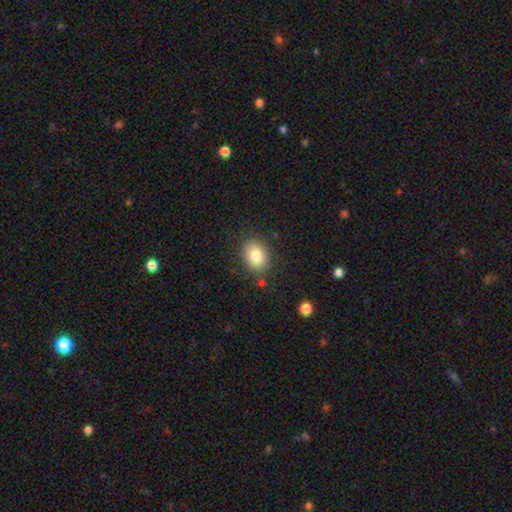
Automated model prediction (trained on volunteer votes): This is clearly a smooth galaxy (83%). How rounded: likely in between (63%). Merging: clearly none (82%).